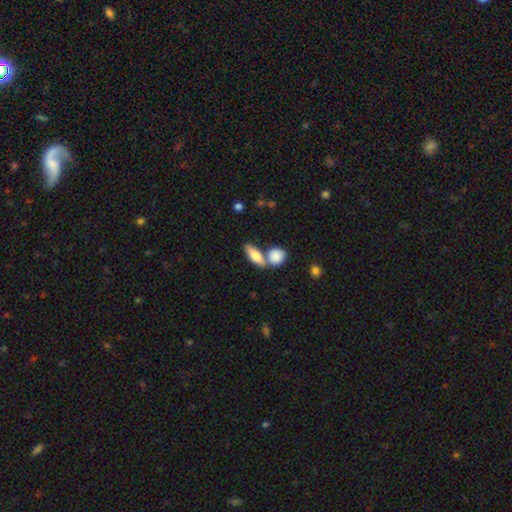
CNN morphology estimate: Smooth or featured? Predicted: smooth (p=0.73). How rounded? Predicted: in between (p=0.66). Merging? Predicted: none (p=0.53).